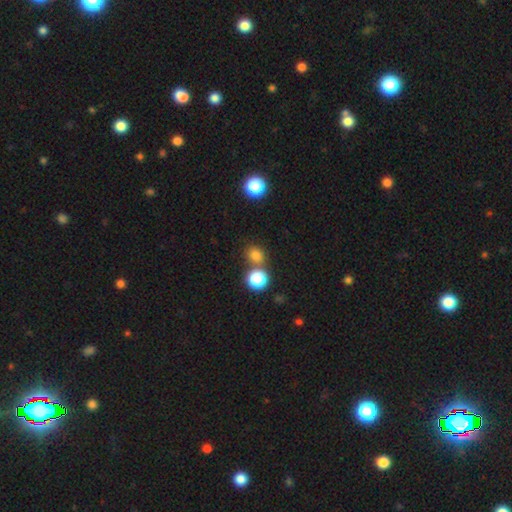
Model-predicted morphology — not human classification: type=smooth (78%); roundness=round (77%); merging=none (65%).